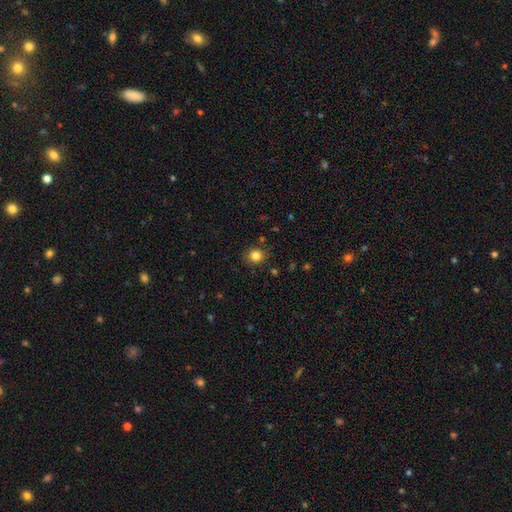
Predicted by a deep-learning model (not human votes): smooth-or-featured: smooth: 83% | star or artifact: 12% | featured or disk: 5%
  how-rounded: round: 87% | in between: 12% | cigar-shaped: 1%
  merging: none: 87% | minor disturbance: 9% | major disturbance: 2% | merger: 2%